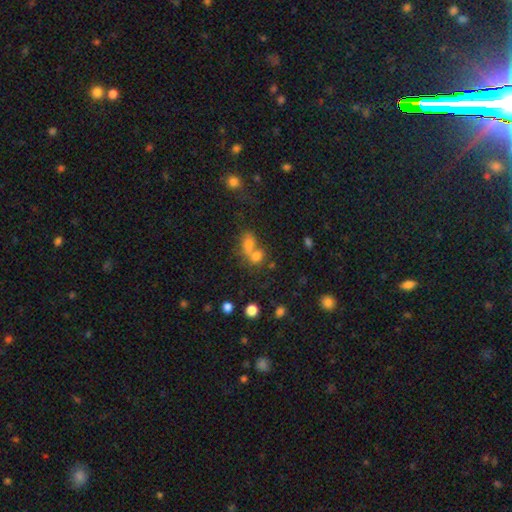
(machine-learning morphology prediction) Smooth or featured: smooth — 54% (star or artifact — 28%)
How rounded: round — 59% (in between — 38%)
Merging: merger — 57% (none — 33%)